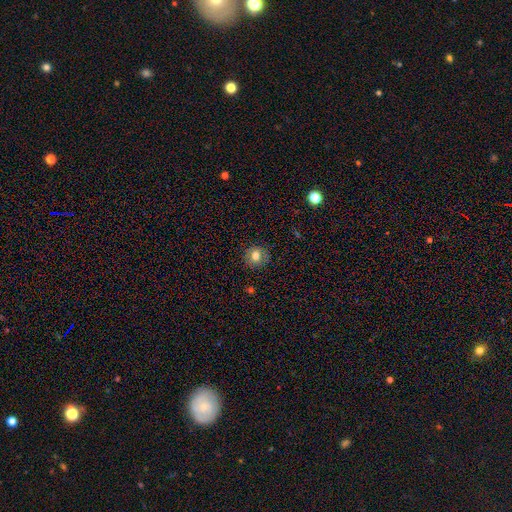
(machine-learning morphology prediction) Smooth or featured?
  - smooth: 75% *
  - featured or disk: 13%
  - star or artifact: 11%
How rounded?
  - round: 82% *
  - in between: 17%
  - cigar-shaped: 1%
Merging?
  - none: 87% *
  - minor disturbance: 10%
  - major disturbance: 3%
  - merger: 1%